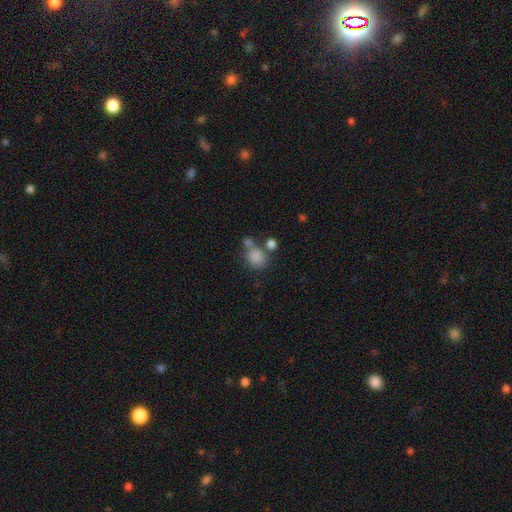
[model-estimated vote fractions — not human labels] smooth-or-featured: smooth: 82% | star or artifact: 10% | featured or disk: 7%
  how-rounded: round: 70% | in between: 29% | cigar-shaped: 1%
  merging: none: 50% | merger: 29% | minor disturbance: 14% | major disturbance: 7%